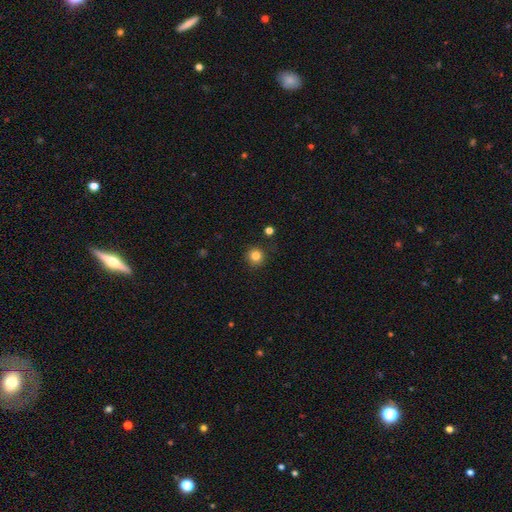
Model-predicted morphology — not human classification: A smooth galaxy with no disk features (82%) that is round (94%). Merging: none (89%).